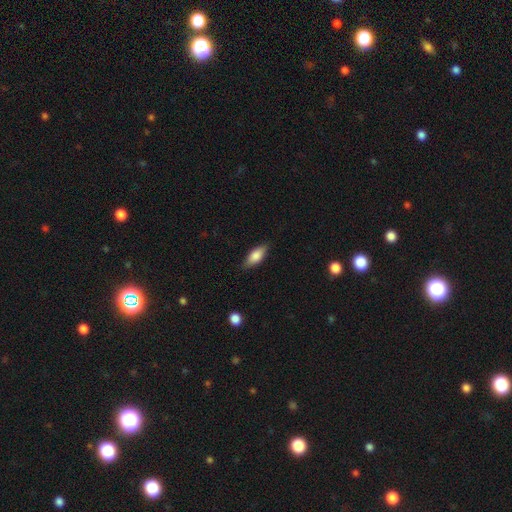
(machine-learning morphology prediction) A smooth galaxy with no disk features (75%) that is in between round and cigar-shaped (76%). Merging: none (83%).